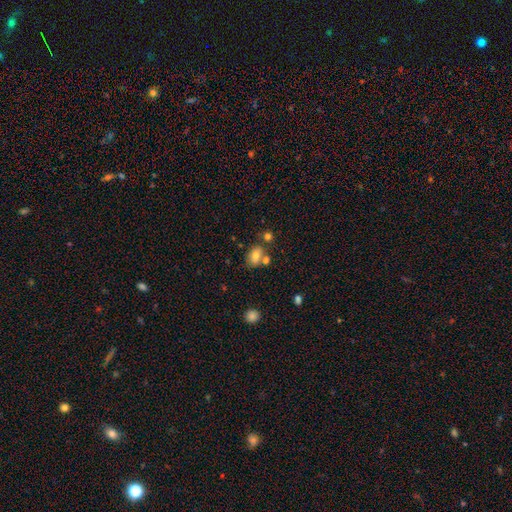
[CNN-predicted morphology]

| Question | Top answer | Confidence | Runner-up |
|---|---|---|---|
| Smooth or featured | smooth | 74% | featured or disk (15%) |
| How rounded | in between | 74% | round (24%) |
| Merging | none | 56% | merger (25%) |